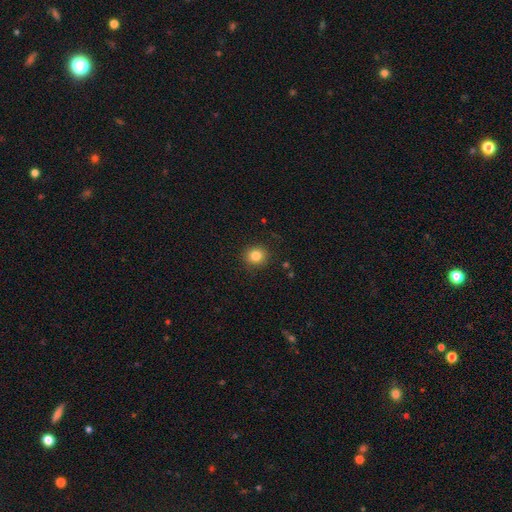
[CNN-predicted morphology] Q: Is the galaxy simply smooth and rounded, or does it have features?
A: smooth — 83%.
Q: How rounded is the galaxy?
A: round — 87%.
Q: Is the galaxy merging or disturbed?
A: none — 90%.